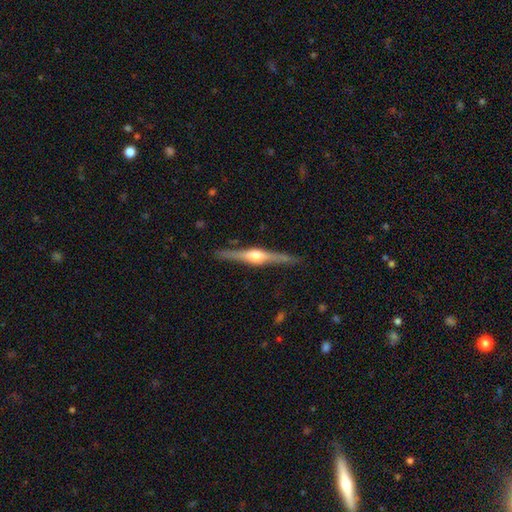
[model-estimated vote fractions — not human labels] smooth-or-featured: featured or disk: 80% | smooth: 15% | star or artifact: 5%
  disk-edge-on: yes: 98% | no: 2%
    edge-on-bulge: rounded: 91% | boxy: 6% | none: 2%
  merging: none: 88% | minor disturbance: 9% | major disturbance: 2% | merger: 1%